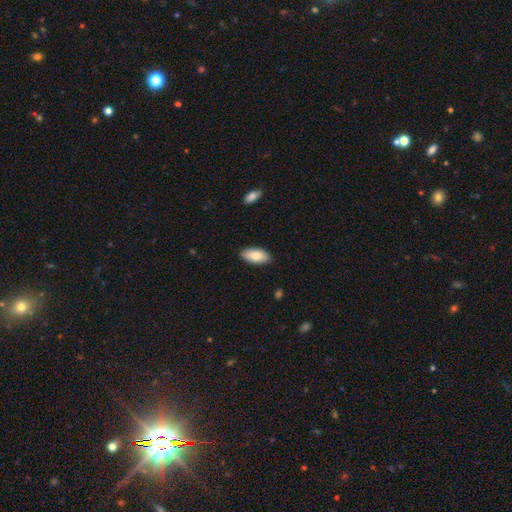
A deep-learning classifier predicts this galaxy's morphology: Overall: smooth (83%). How rounded: in between (93%). Merging: none (87%).